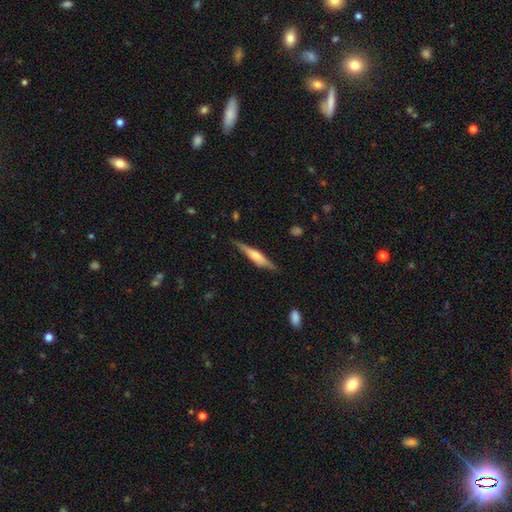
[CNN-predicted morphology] A featured or disk galaxy (59%) viewed edge-on (96%) with a rounded central bulge (71%).

Vote fractions:
- Smooth or featured? featured or disk: 59% / smooth: 35% / star or artifact: 6%
- Edge-on disk? yes: 96% / no: 4%
- Edge-on bulge? rounded: 71% / boxy: 19% / none: 9%
- Merging? none: 83% / minor disturbance: 13% / major disturbance: 3% / merger: 1%